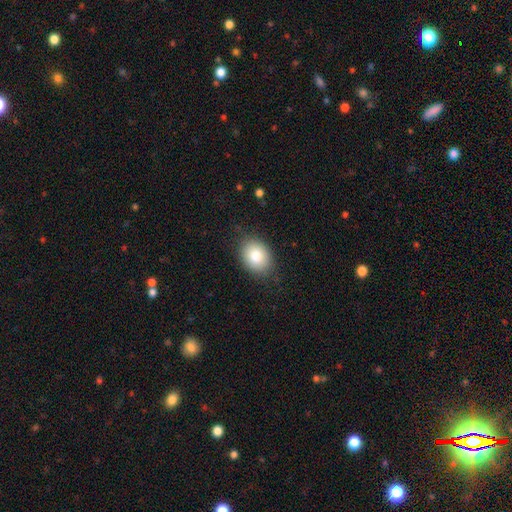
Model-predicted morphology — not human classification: smooth 81%, featured or disk 10%, star or artifact 9%. Down the decision tree: how rounded — in between (66%); merging — none (82%).